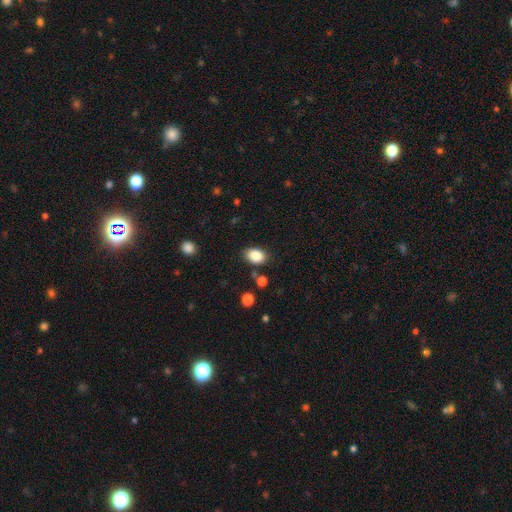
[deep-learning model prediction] The model was most divided on "how rounded": in between: 81%, round: 18%, cigar-shaped: 1%. More confident: smooth or featured — smooth (87%); merging — none (80%).